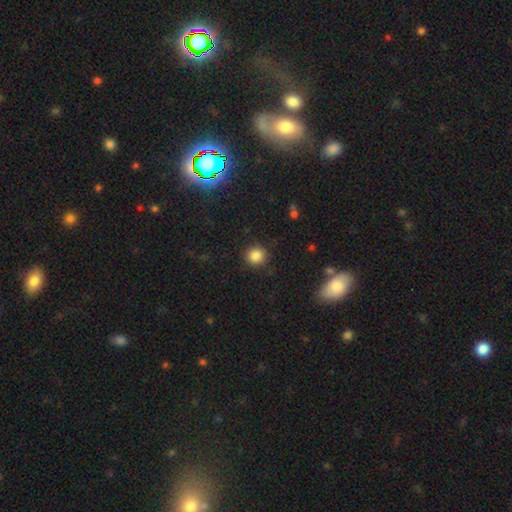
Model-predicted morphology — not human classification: smooth 85%, star or artifact 11%, featured or disk 4%. Down the decision tree: how rounded — round (91%); merging — none (90%).